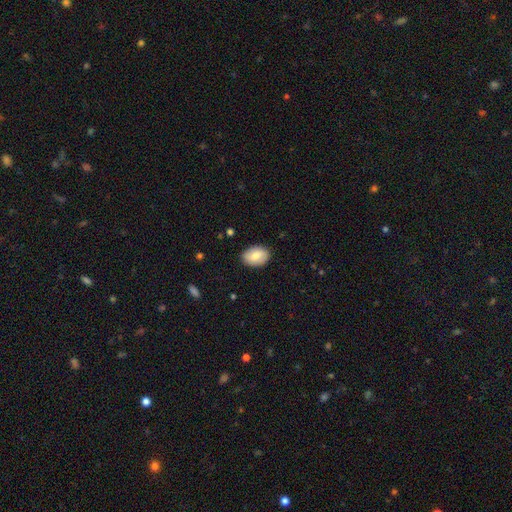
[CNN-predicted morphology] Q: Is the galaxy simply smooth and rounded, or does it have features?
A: smooth — 76%.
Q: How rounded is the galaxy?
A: in between — 81%.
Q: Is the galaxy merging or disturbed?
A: none — 86%.